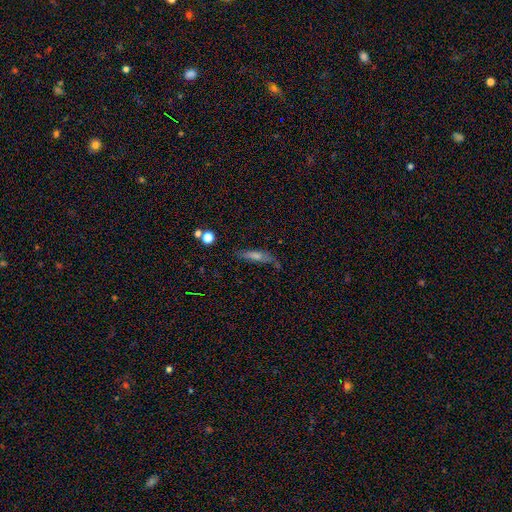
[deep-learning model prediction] This is marginally a smooth galaxy (45%). Merging: likely none (64%).